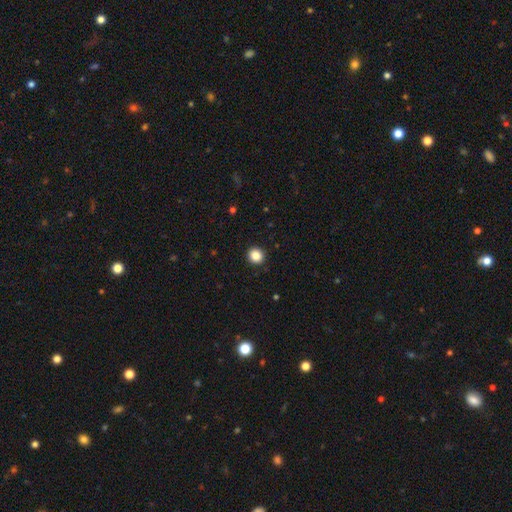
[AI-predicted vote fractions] Smooth or featured? smooth (86%)
How rounded? round (87%)
Merging? none (93%)